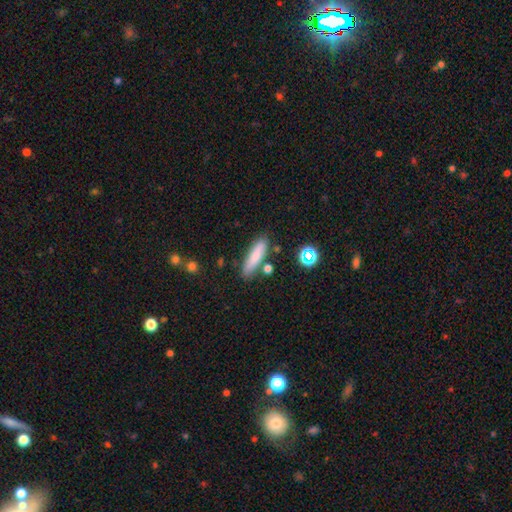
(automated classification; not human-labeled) smooth 78%, featured or disk 13%, star or artifact 9%. Down the decision tree: how rounded — cigar-shaped (71%); merging — none (77%).